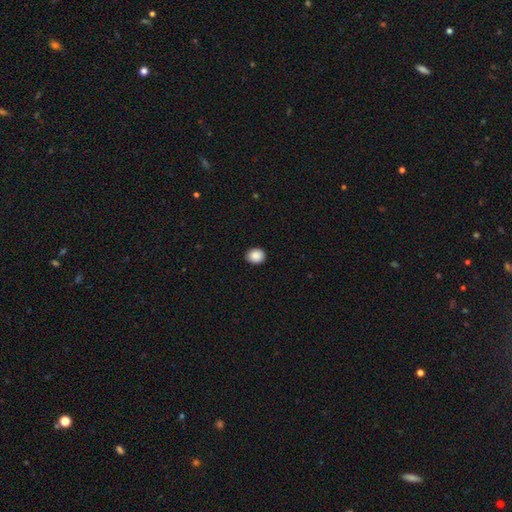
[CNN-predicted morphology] This appears to be a smooth galaxy with no disk features (89%) that is round (71%). Merging: none (91%).